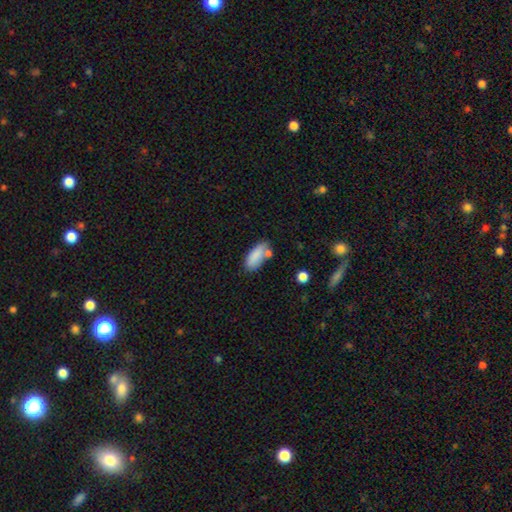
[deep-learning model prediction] The model was most divided on "merging": none: 62%, minor disturbance: 19%, merger: 15%, major disturbance: 5%. More confident: smooth or featured — smooth (85%); how rounded — in between (84%).